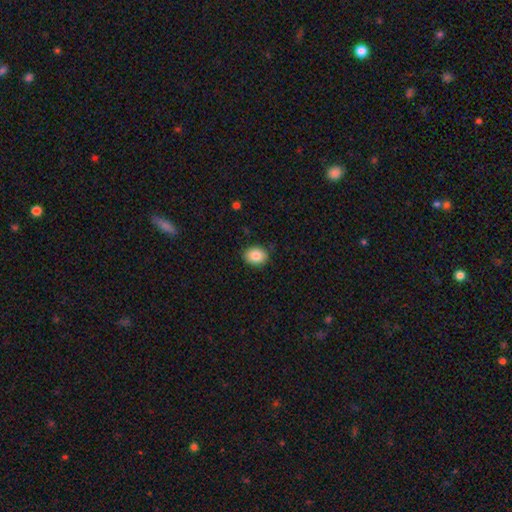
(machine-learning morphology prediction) smooth_or_featured: smooth (p=0.86) [alt: star or artifact p=0.08]
how_rounded: in between (p=0.56) [alt: round p=0.43]
merging: none (p=0.88) [alt: minor disturbance p=0.09]